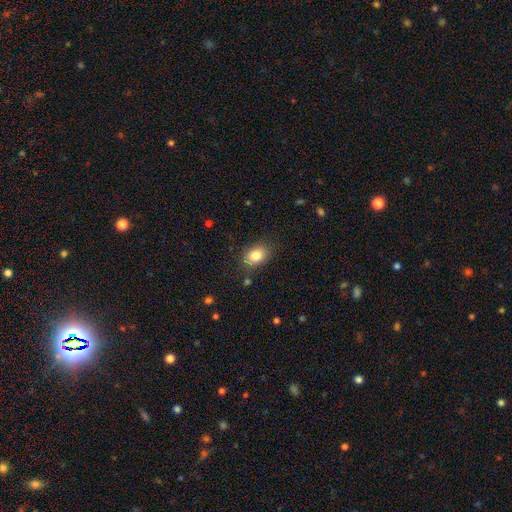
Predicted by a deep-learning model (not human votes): A smooth galaxy with no disk features (83%) that is in between round and cigar-shaped (77%).

Vote fractions:
- Smooth or featured? smooth: 83% / star or artifact: 9% / featured or disk: 8%
- How rounded? in between: 77% / round: 22% / cigar-shaped: 1%
- Merging? none: 82% / minor disturbance: 13% / major disturbance: 3% / merger: 2%